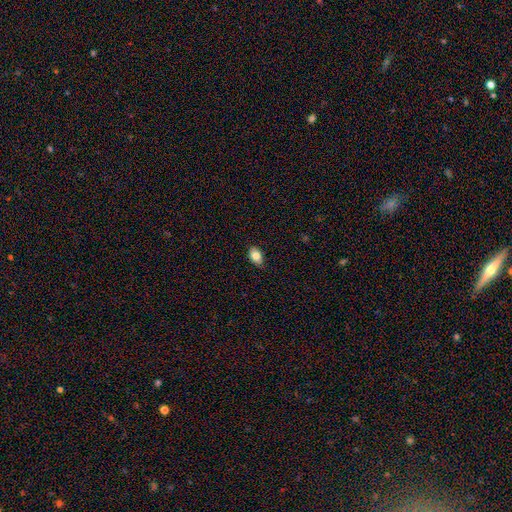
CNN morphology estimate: This appears to be a smooth galaxy with no disk features (82%) that is in between round and cigar-shaped (85%). Merging: none (83%).